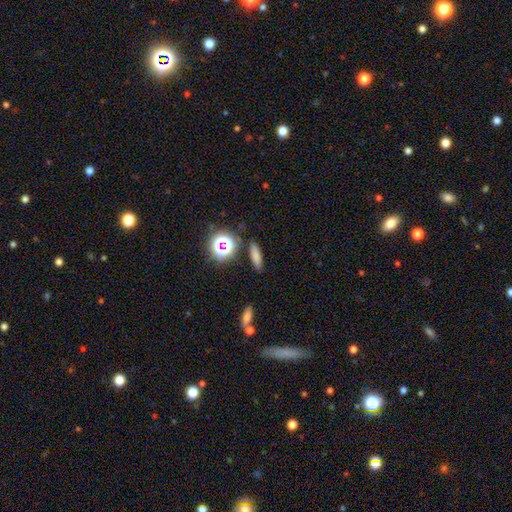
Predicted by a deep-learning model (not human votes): Smooth or featured: smooth — 74% (star or artifact — 17%)
How rounded: cigar-shaped — 55% (in between — 36%)
Merging: none — 85% (minor disturbance — 9%)